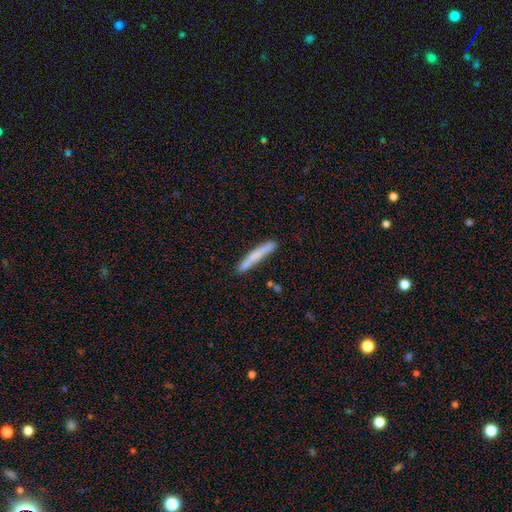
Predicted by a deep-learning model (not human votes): smooth_or_featured: smooth (p=0.70) [alt: featured or disk p=0.25]
how_rounded: cigar-shaped (p=0.96) [alt: in between p=0.03]
merging: none (p=0.84) [alt: minor disturbance p=0.11]